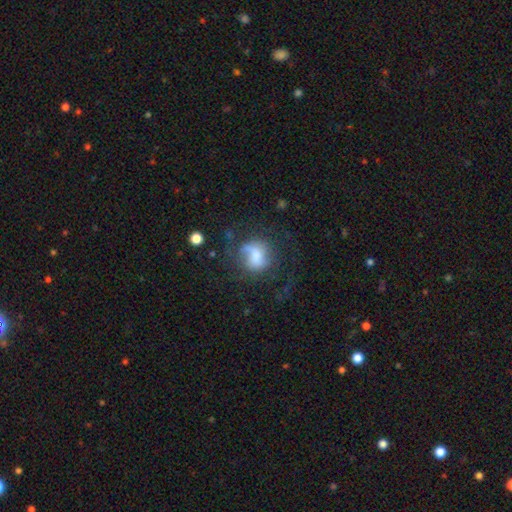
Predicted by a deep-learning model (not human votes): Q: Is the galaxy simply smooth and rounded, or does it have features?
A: smooth — 54%.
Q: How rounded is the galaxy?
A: round — 66%.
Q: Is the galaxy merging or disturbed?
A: none — 42%.